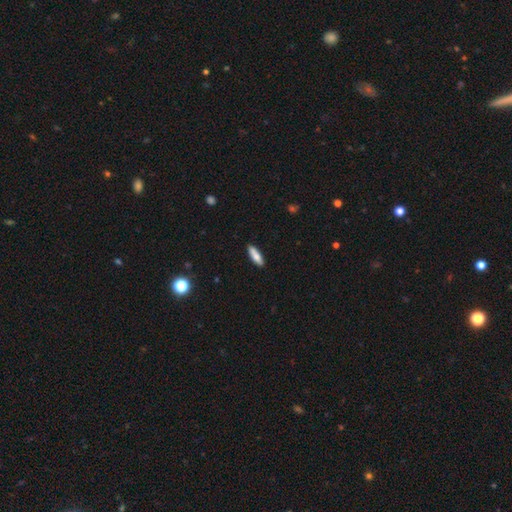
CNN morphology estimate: Smooth or featured? Predicted: smooth (p=0.79). How rounded? Predicted: cigar-shaped (p=0.58). Merging? Predicted: none (p=0.86).